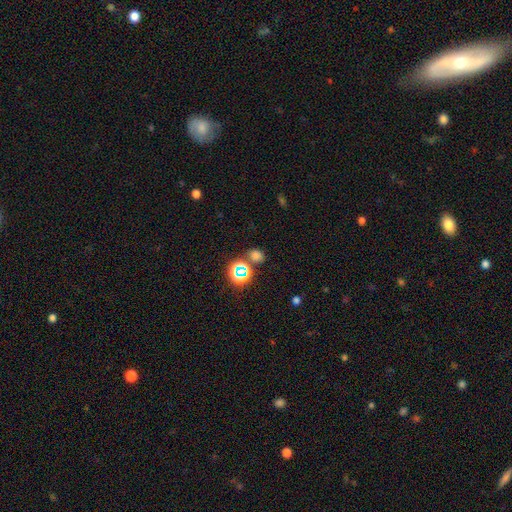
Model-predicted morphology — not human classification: smooth 63%, star or artifact 31%, featured or disk 7%. Down the decision tree: how rounded — round (63%); merging — none (70%).